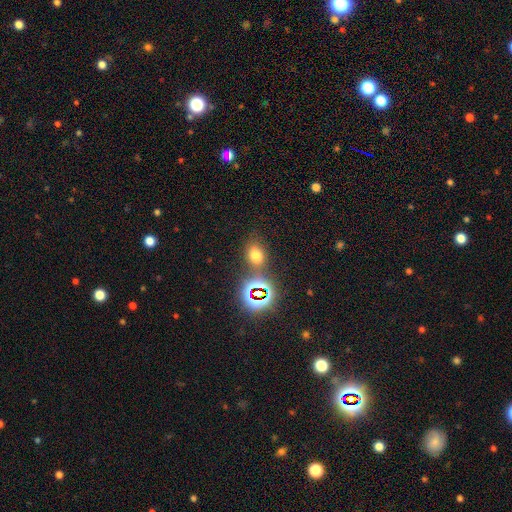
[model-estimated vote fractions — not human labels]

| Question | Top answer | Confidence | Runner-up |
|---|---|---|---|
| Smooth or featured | smooth | 62% | star or artifact (29%) |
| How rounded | in between | 58% | round (40%) |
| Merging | none | 70% | merger (14%) |